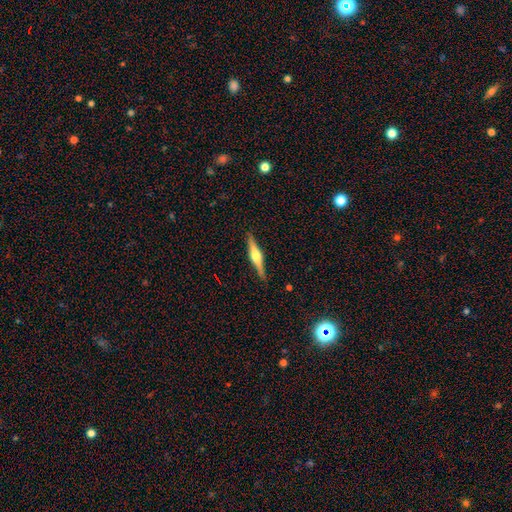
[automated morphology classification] Smooth or featured? Predicted: featured or disk (p=0.71). Edge-on disk? Predicted: yes (p=0.98). Edge-on bulge? Predicted: rounded (p=0.88). Merging? Predicted: none (p=0.90).